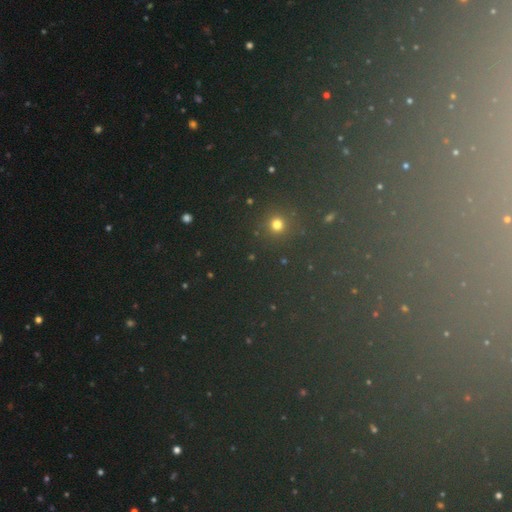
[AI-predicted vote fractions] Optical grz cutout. It shows a star or artifact, not a galaxy (72%).